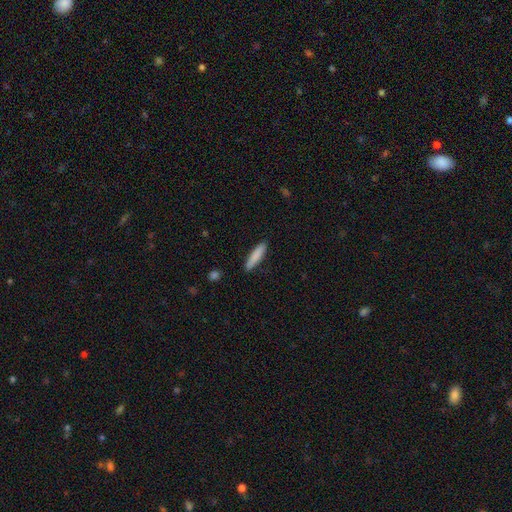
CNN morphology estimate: smooth 85%, featured or disk 10%, star or artifact 6%. Down the decision tree: how rounded — cigar-shaped (84%); merging — none (87%).